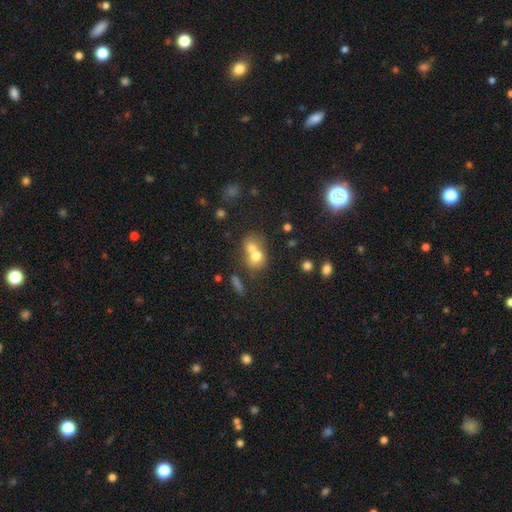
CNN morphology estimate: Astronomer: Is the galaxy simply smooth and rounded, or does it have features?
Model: smooth — 68%.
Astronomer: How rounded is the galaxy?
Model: round — 59% (runner-up: in between, 39%).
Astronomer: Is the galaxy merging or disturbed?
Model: merger — 67%.